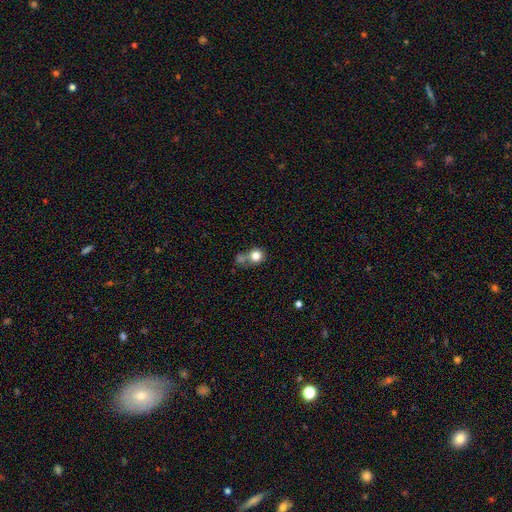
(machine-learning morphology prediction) This appears to be a smooth galaxy with no disk features (79%) that is round (84%). Merging: merger (41%).